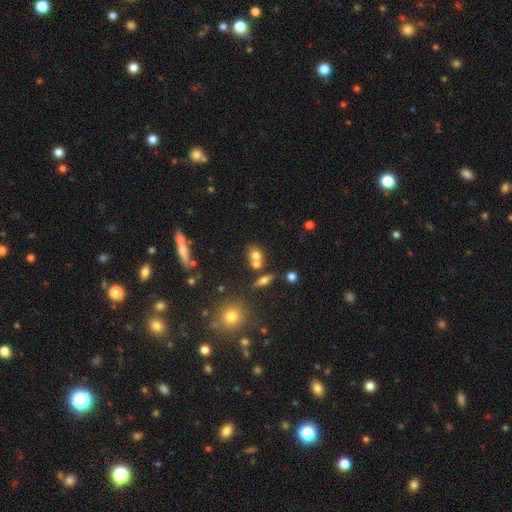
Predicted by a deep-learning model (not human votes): A smooth galaxy with no disk features (68%) that is round (57%). Merging: none (45%).